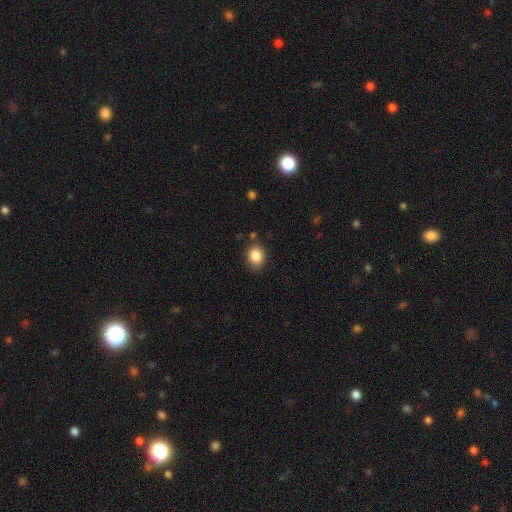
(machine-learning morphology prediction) Smooth or featured? Predicted: smooth (p=0.86). How rounded? Predicted: round (p=0.59). Merging? Predicted: none (p=0.83).